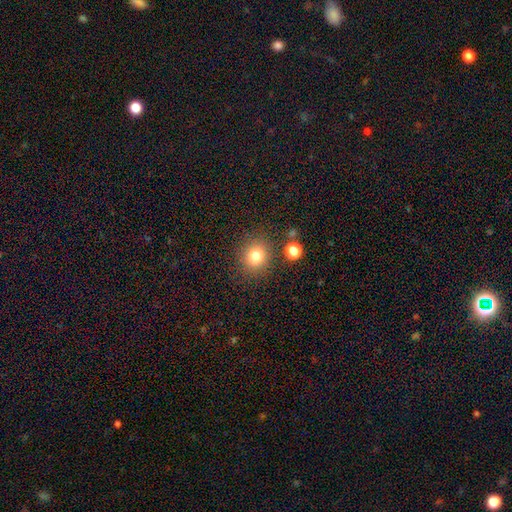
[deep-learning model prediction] The model was most divided on "how rounded": round: 81%, in between: 18%, cigar-shaped: 1%. More confident: merging — none (83%); smooth or featured — smooth (80%).